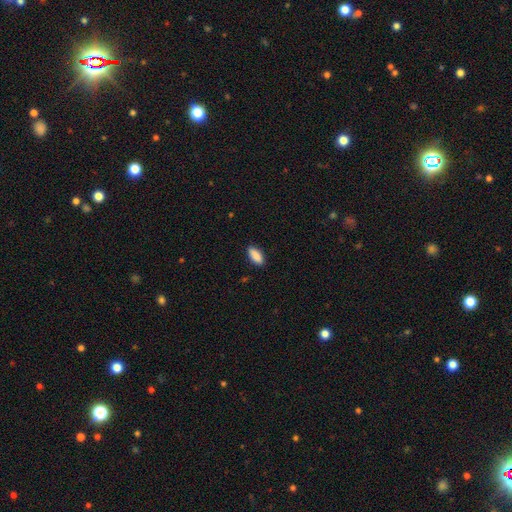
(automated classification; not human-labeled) This appears to be a smooth galaxy with no disk features (90%) that is in between round and cigar-shaped (85%). Merging: none (87%).